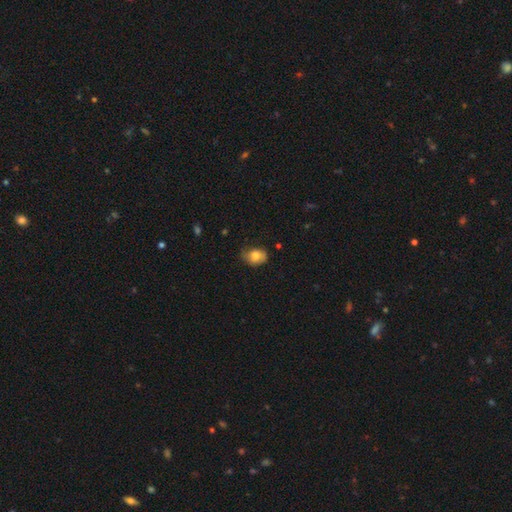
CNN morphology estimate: smooth_or_featured: smooth (p=0.75) [alt: featured or disk p=0.17]
how_rounded: in between (p=0.67) [alt: round p=0.32]
merging: none (p=0.60) [alt: minor disturbance p=0.31]